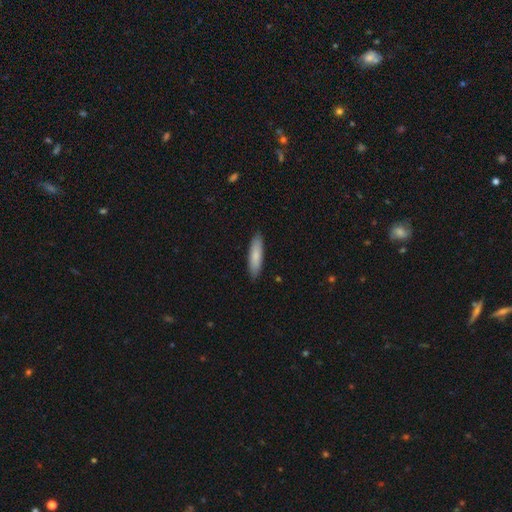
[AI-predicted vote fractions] This appears to be a smooth galaxy with no disk features (83%) that is cigar-shaped (68%). Merging: none (88%).